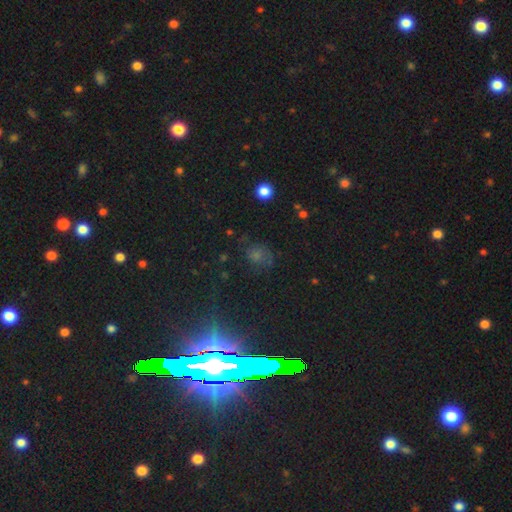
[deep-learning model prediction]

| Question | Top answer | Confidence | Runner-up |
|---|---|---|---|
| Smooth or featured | star or artifact | 50% | smooth (32%) |